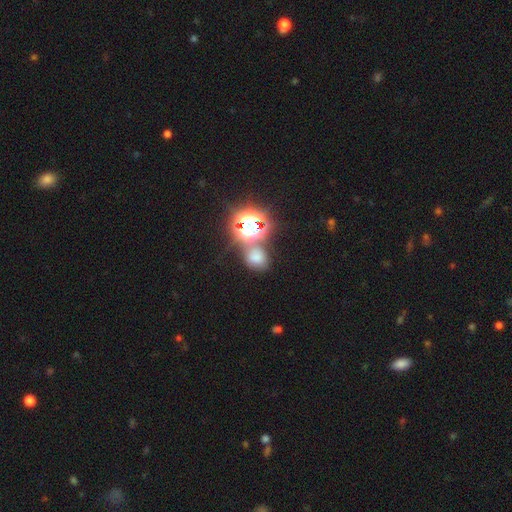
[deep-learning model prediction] Smooth or featured?
  - smooth: 53% *
  - star or artifact: 37%
  - featured or disk: 11%
How rounded?
  - round: 64% *
  - in between: 35%
  - cigar-shaped: 1%
Merging?
  - none: 54% *
  - merger: 24%
  - minor disturbance: 14%
  - major disturbance: 8%